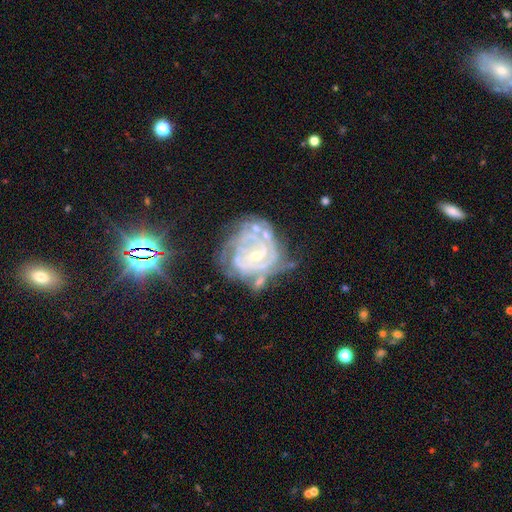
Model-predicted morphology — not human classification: featured or disk 85%, star or artifact 8%, smooth 6%. Down the decision tree: edge-on disk — no (98%); bar — weak (43%); spiral arms — yes (93%); spiral arm count — can't tell (34%); spiral winding — tight (69%); bulge size — small (68%); merging — none (47%).